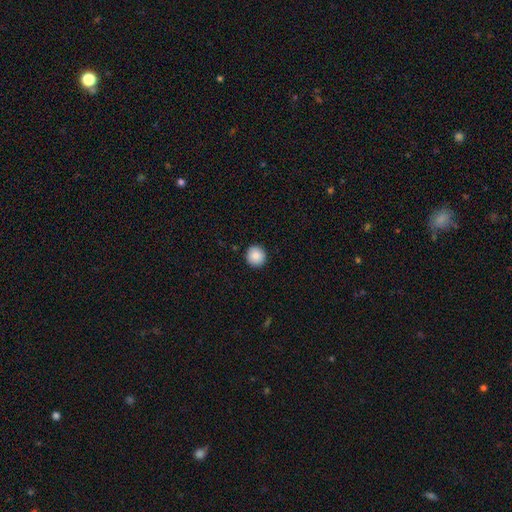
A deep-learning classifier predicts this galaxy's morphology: A smooth galaxy with no disk features (88%) that is round (94%). Merging: none (92%).